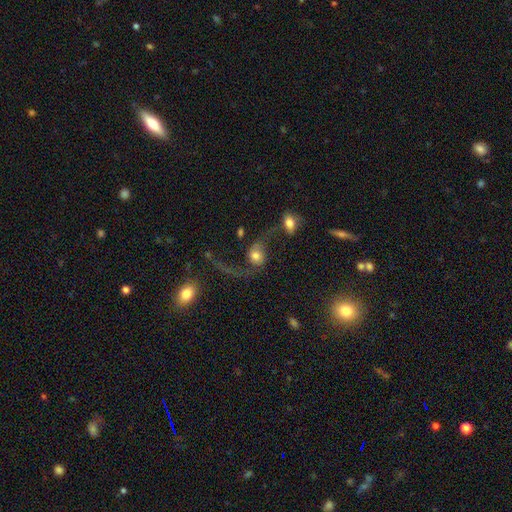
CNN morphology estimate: A featured or disk galaxy (54%) with no bar (71%), spiral arms (80%) and a moderate central bulge (49%).

Vote fractions:
- Smooth or featured? featured or disk: 54% / smooth: 36% / star or artifact: 10%
- Edge-on disk? no: 95% / yes: 5%
- Bar? no: 71% / weak: 23% / strong: 6%
- Spiral arms? yes: 80% / no: 20%
- Bulge size? moderate: 49% / large: 25% / small: 15% / dominant: 6% / none: 5%
- Merging? major disturbance: 31% / none: 29% / merger: 27% / minor disturbance: 13%